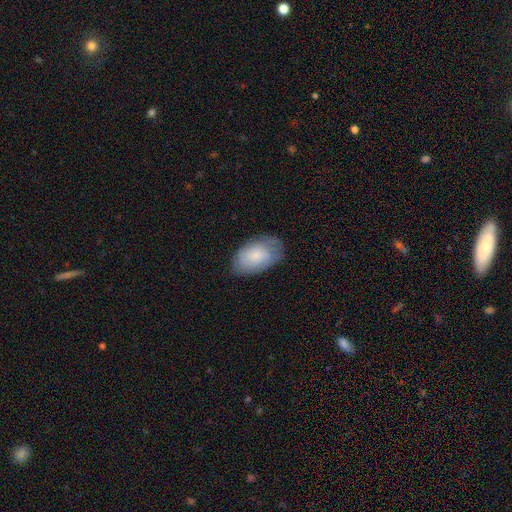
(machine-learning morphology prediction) Q: Smooth or featured?
A: smooth (67%); runner-up: featured or disk (27%)
Q: How rounded?
A: in between (93%); runner-up: round (5%)
Q: Merging?
A: none (76%); runner-up: minor disturbance (19%)